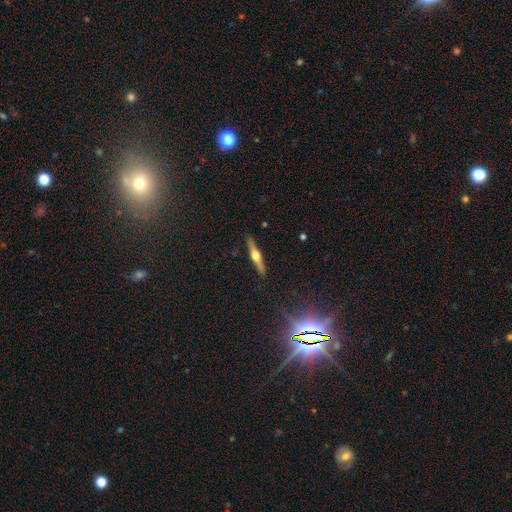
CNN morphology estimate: A featured or disk galaxy (72%) viewed edge-on (98%) with a rounded central bulge (94%). Merging: none (90%).